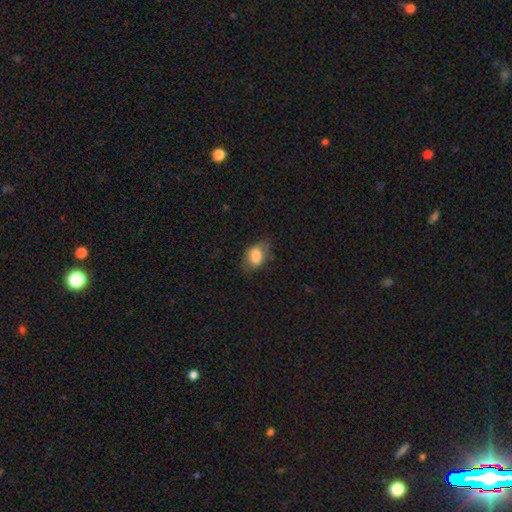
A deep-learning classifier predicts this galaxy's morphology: This is likely a smooth galaxy (79%). How rounded: clearly in between (85%). Merging: likely none (63%).